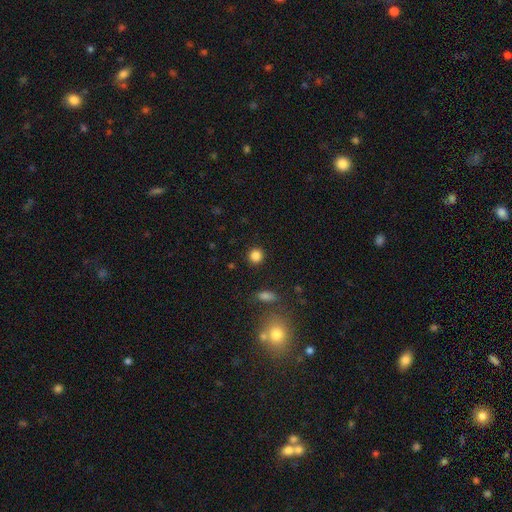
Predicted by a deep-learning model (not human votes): Smooth or featured? Predicted: smooth (p=0.85). How rounded? Predicted: round (p=0.92). Merging? Predicted: none (p=0.91).